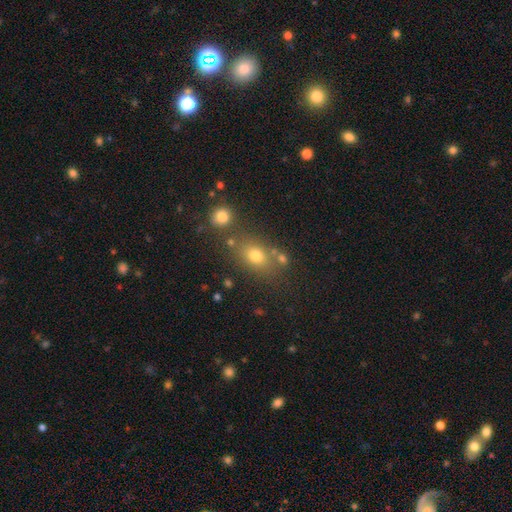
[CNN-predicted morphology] The model was most divided on "how rounded": in between: 61%, round: 36%, cigar-shaped: 2%. More confident: smooth or featured — smooth (70%); merging — none (67%).